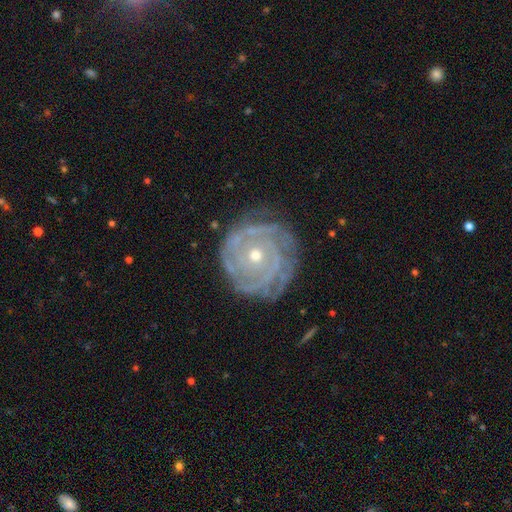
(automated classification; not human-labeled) This is clearly a featured or disk galaxy (87%). It is clearly not viewed edge-on (97%). Bar: clearly no (82%). Spiral arm pattern: clearly yes (94%). Spiral arm count: marginally can't tell (32%). Spiral winding: clearly tight (82%). Central bulge: possibly moderate (53%). Merging: likely none (75%).